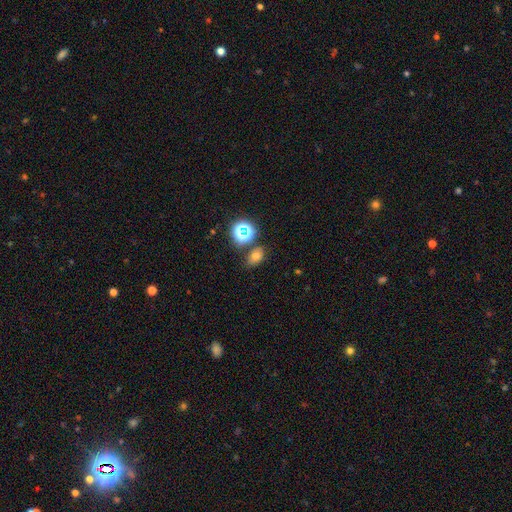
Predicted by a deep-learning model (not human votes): This appears to be a smooth galaxy with no disk features (62%) that is in between round and cigar-shaped (69%). Merging: none (73%).